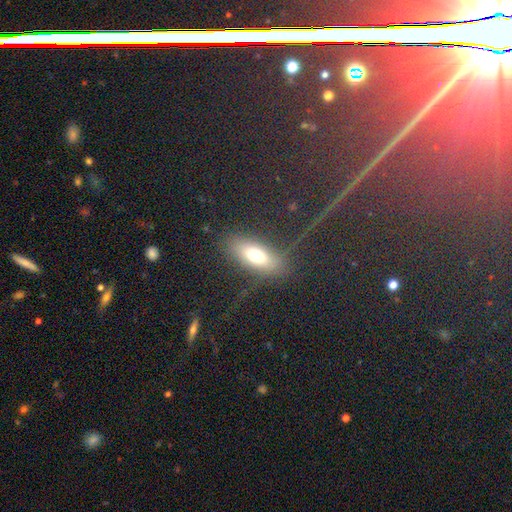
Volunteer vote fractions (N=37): smooth-or-featured: smooth: 57% | featured or disk: 38% | star or artifact: 5%
  how-rounded: in between: 81% | round: 14% | cigar-shaped: 5%
  merging: none: 80% | minor disturbance: 11% | major disturbance: 9% | merger: 0%